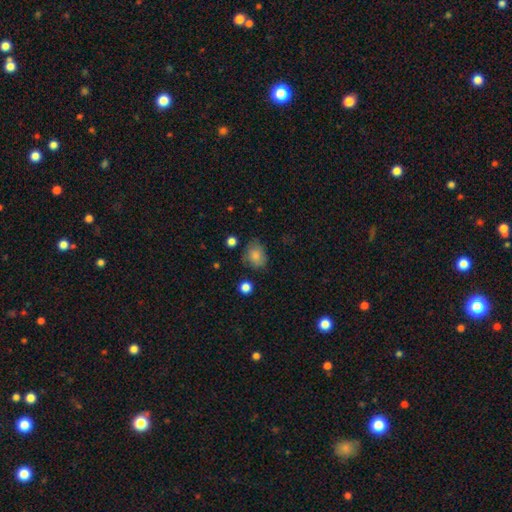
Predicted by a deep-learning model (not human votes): This appears to be a smooth galaxy with no disk features (82%) that is in between round and cigar-shaped (50%). Merging: none (65%).